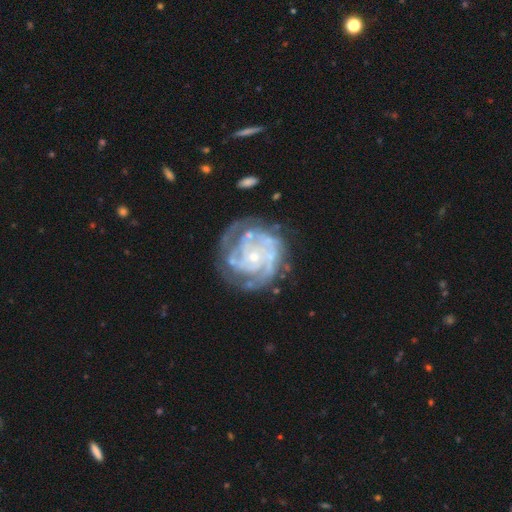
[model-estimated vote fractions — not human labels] smooth_or_featured: featured or disk (p=0.87) [alt: smooth p=0.08]
disk_edge_on: no (p=0.98) [alt: yes p=0.02]
bar: no (p=0.77) [alt: weak p=0.18]
has_spiral_arms: yes (p=0.93) [alt: no p=0.07]
spiral_winding: tight (p=0.69) [alt: medium p=0.25]
spiral_arm_count: can't tell (p=0.30) [alt: 2 p=0.24]
bulge_size: small (p=0.77) [alt: moderate p=0.17]
merging: none (p=0.66) [alt: minor disturbance p=0.19]